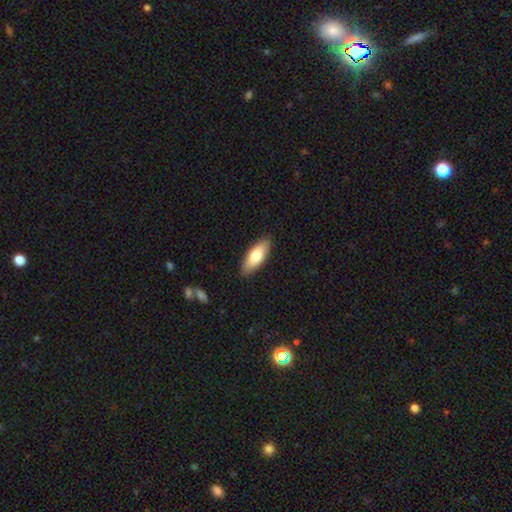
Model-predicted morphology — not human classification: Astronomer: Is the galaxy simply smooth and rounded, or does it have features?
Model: smooth — 76%.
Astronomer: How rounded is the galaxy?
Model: in between — 71%.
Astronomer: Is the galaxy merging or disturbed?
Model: none — 87%.